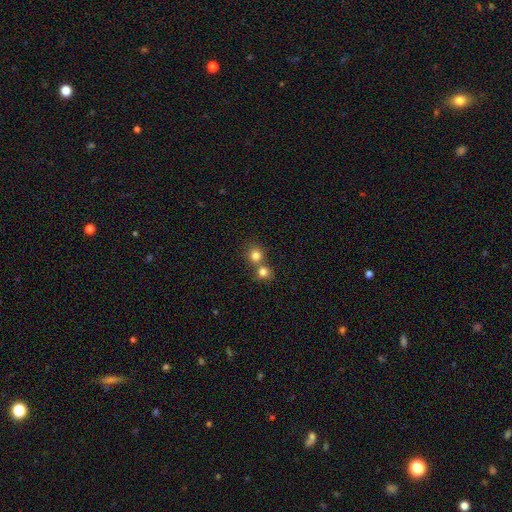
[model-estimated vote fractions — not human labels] smooth_or_featured: smooth (p=0.80) [alt: star or artifact p=0.12]
how_rounded: round (p=0.87) [alt: in between p=0.12]
merging: none (p=0.47) [alt: merger p=0.45]